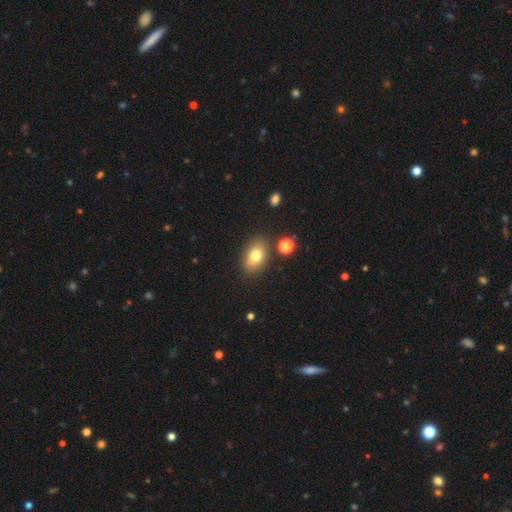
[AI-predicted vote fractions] Smooth or featured? smooth (74%)
How rounded? in between (80%)
Merging? none (67%)